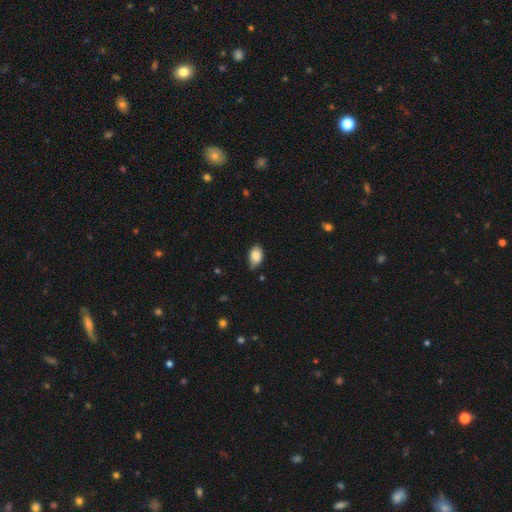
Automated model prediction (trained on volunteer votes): Smooth or featured? Predicted: smooth (p=0.87). How rounded? Predicted: in between (p=0.91). Merging? Predicted: none (p=0.68).